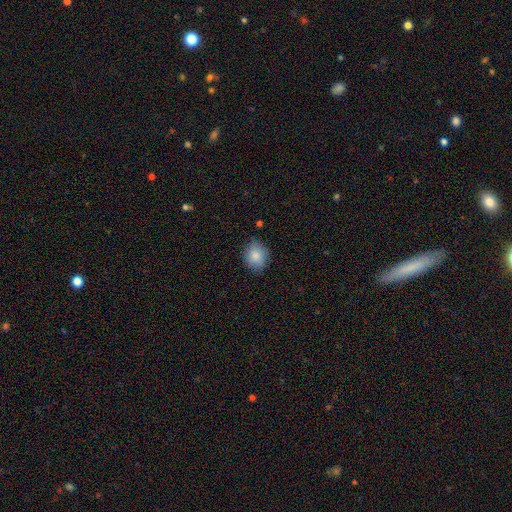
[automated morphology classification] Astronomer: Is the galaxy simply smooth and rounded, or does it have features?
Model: smooth — 85%.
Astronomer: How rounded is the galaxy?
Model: round — 58% (runner-up: in between, 41%).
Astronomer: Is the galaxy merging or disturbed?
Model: none — 81%.